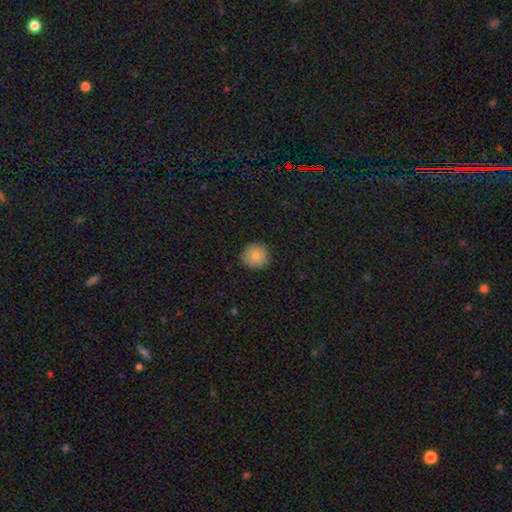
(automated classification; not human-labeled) Smooth or featured? Predicted: smooth (p=0.81). How rounded? Predicted: round (p=0.91). Merging? Predicted: none (p=0.85).